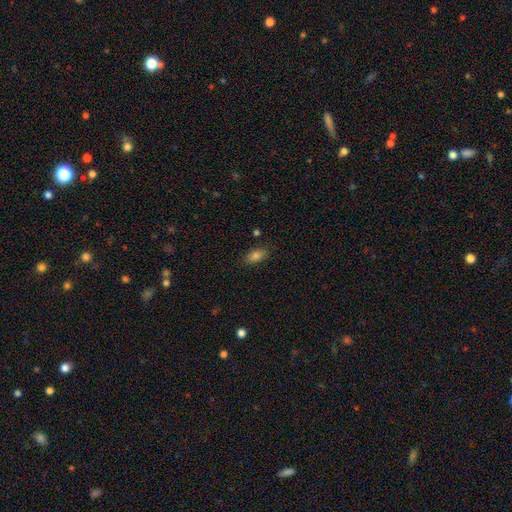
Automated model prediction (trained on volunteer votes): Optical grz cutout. It shows a smooth galaxy with no disk features (82%) that is in between round and cigar-shaped (89%). Merging: none (85%).